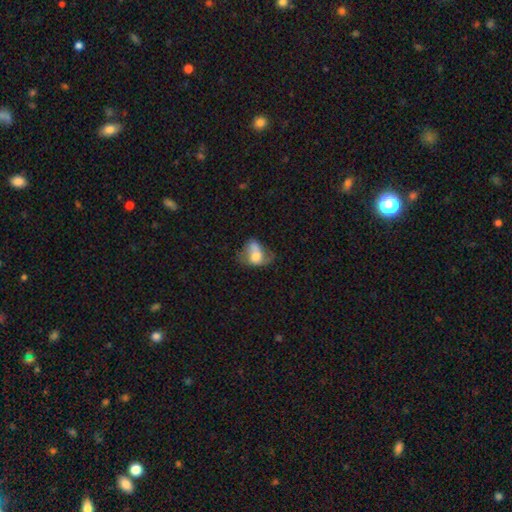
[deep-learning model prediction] Smooth or featured: smooth — 52% (featured or disk — 38%)
How rounded: in between — 70% (round — 28%)
Merging: major disturbance — 32% (merger — 24%)